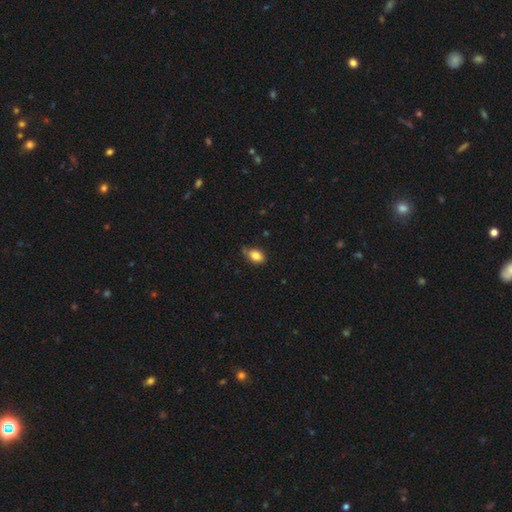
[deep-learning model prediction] The model was most divided on "merging": none: 66%, minor disturbance: 27%, major disturbance: 4%, merger: 2%. More confident: how rounded — in between (86%); smooth or featured — smooth (84%).